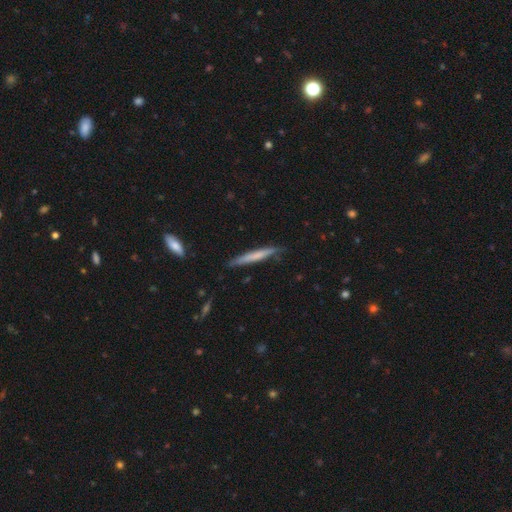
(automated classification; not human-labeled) Smooth or featured? smooth (59%)
How rounded? cigar-shaped (96%)
Merging? none (80%)